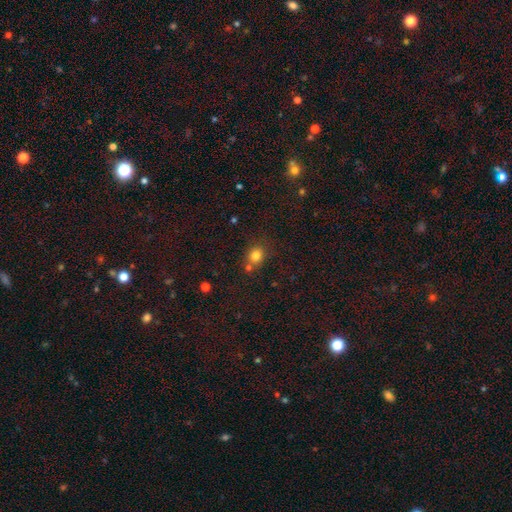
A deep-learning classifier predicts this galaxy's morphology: Smooth or featured?
  - smooth: 79% *
  - star or artifact: 14%
  - featured or disk: 7%
How rounded?
  - round: 75% *
  - in between: 24%
  - cigar-shaped: 1%
Merging?
  - none: 65% *
  - merger: 19%
  - minor disturbance: 13%
  - major disturbance: 4%